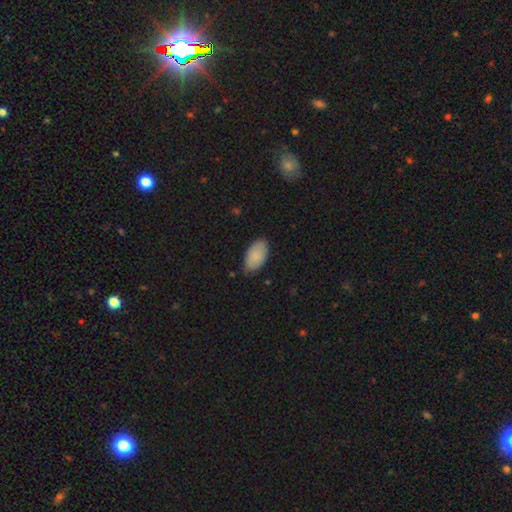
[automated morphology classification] Smooth or featured? Predicted: smooth (p=0.88). How rounded? Predicted: in between (p=0.95). Merging? Predicted: none (p=0.78).